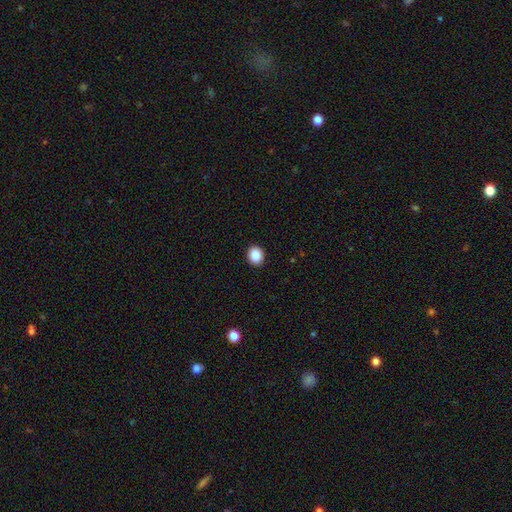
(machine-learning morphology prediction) Smooth or featured? smooth (88%)
How rounded? round (65%)
Merging? none (92%)